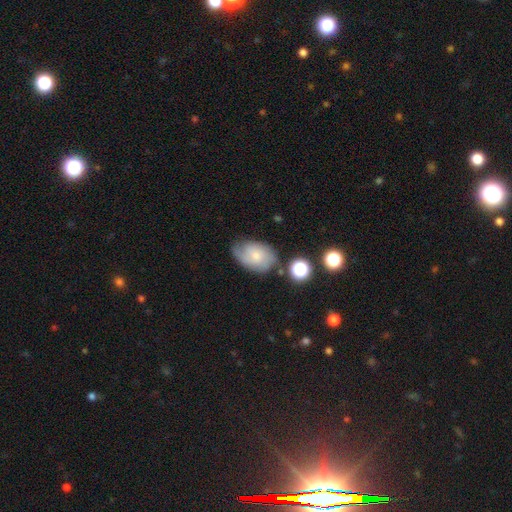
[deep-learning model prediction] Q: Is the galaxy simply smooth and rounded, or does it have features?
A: smooth — 53%.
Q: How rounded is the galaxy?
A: in between — 78%.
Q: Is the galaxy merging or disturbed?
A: none — 55%.